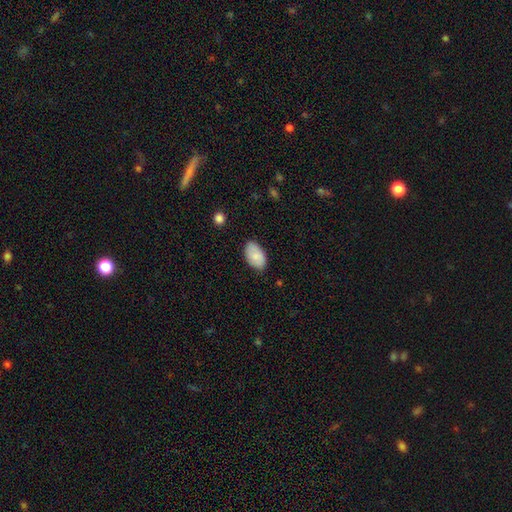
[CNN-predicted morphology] Smooth or featured? smooth (84%)
How rounded? in between (94%)
Merging? none (77%)